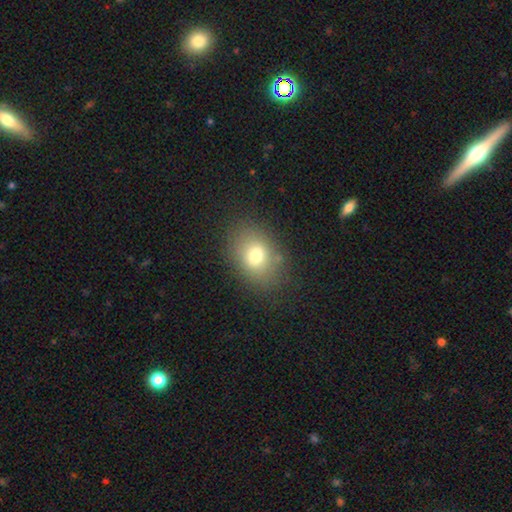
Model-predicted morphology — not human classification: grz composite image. It shows a smooth galaxy with no disk features (75%) that is in between round and cigar-shaped (71%). Merging: none (80%).